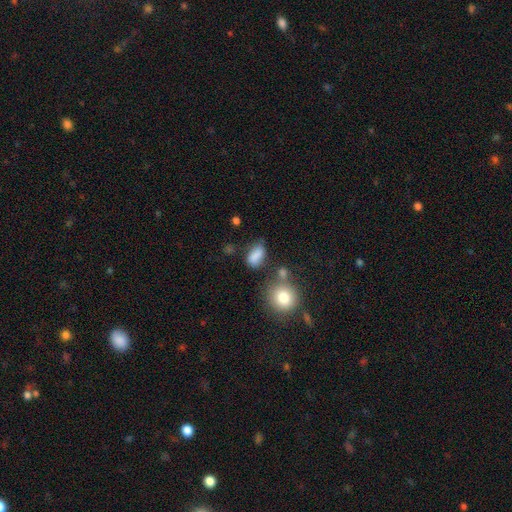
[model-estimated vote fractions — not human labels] Overall: smooth (83%). How rounded: in between (84%). Merging: none (59%; minor disturbance 22%).